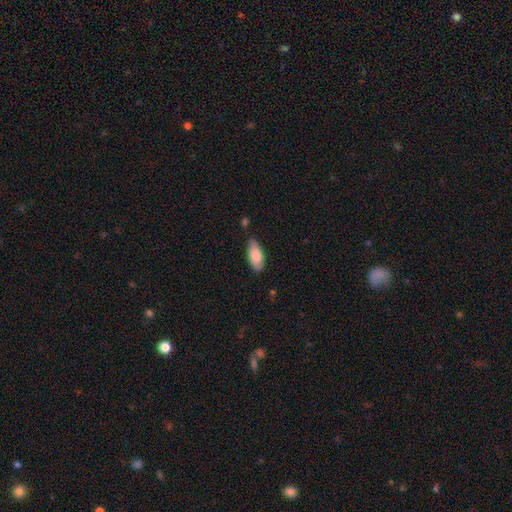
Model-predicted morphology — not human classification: Smooth or featured: smooth — 83% (featured or disk — 11%)
How rounded: in between — 86% (cigar-shaped — 12%)
Merging: none — 73% (minor disturbance — 21%)